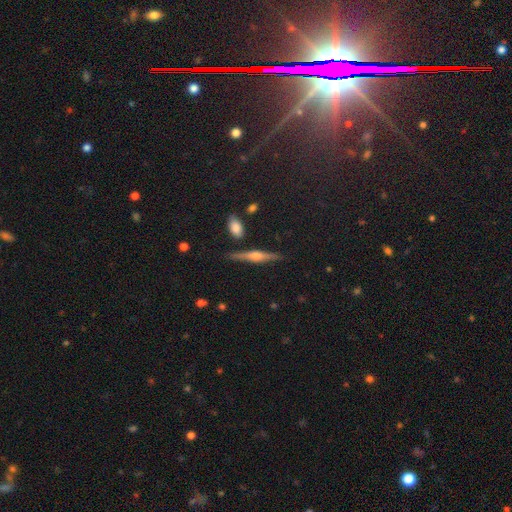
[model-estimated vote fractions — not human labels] Smooth or featured? Predicted: featured or disk (p=0.70). Edge-on disk? Predicted: yes (p=0.97). Edge-on bulge? Predicted: rounded (p=0.79). Merging? Predicted: none (p=0.85).